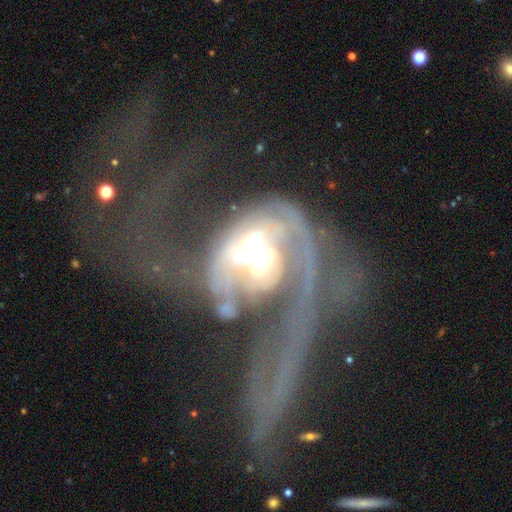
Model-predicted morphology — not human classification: A featured or disk galaxy (73%) with no bar (61%), spiral arms (55%) and a moderate central bulge (56%). Merging: major disturbance (50%).